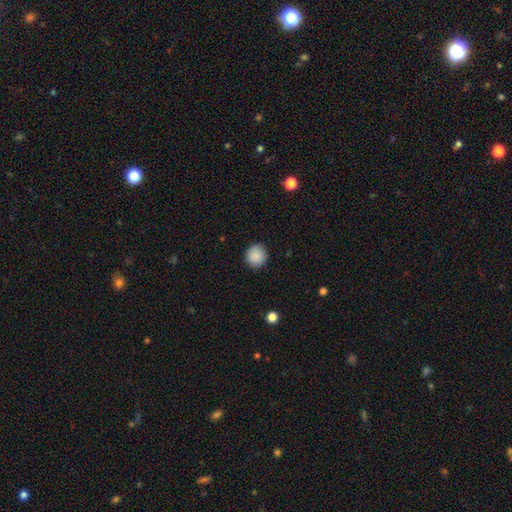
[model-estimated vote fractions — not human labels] Smooth or featured?
  - smooth: 89% *
  - star or artifact: 8%
  - featured or disk: 3%
How rounded?
  - round: 92% *
  - in between: 7%
  - cigar-shaped: 1%
Merging?
  - none: 90% *
  - minor disturbance: 7%
  - major disturbance: 2%
  - merger: 1%